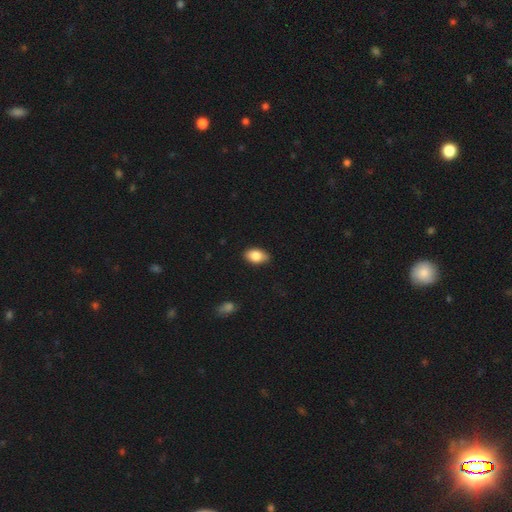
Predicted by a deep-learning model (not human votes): Smooth or featured: smooth — 85% (featured or disk — 8%)
How rounded: in between — 91% (round — 7%)
Merging: none — 84% (minor disturbance — 13%)